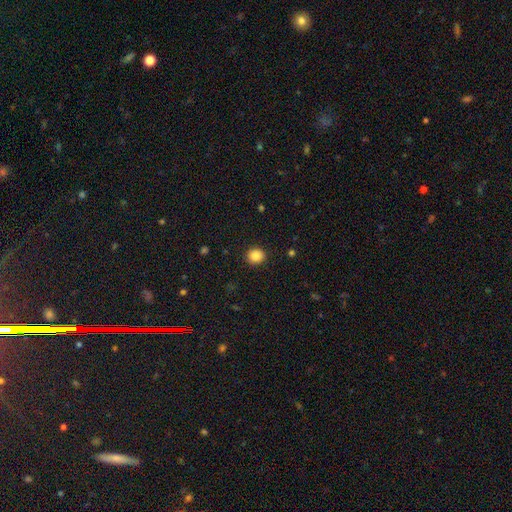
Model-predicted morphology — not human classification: Smooth or featured?
  - smooth: 87% *
  - star or artifact: 10%
  - featured or disk: 3%
How rounded?
  - round: 84% *
  - in between: 15%
  - cigar-shaped: 1%
Merging?
  - none: 91% *
  - minor disturbance: 6%
  - major disturbance: 2%
  - merger: 1%